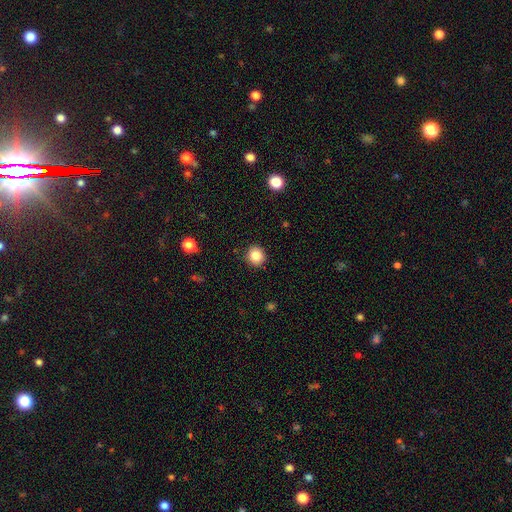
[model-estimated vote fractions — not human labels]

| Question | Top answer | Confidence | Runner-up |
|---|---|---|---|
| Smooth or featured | smooth | 87% | star or artifact (10%) |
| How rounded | round | 88% | in between (11%) |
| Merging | none | 90% | minor disturbance (7%) |